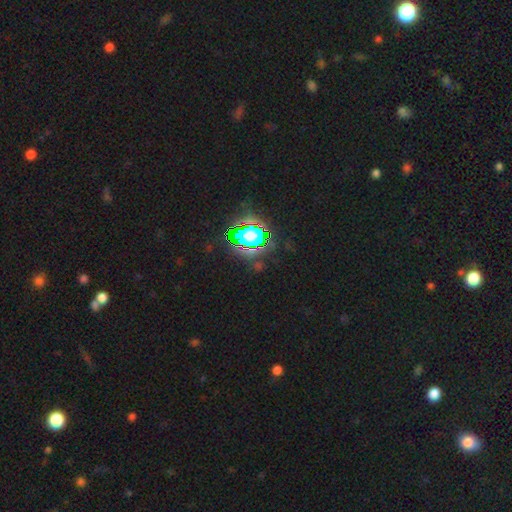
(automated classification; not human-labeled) Smooth or featured?
  - star or artifact: 82% *
  - smooth: 12%
  - featured or disk: 6%